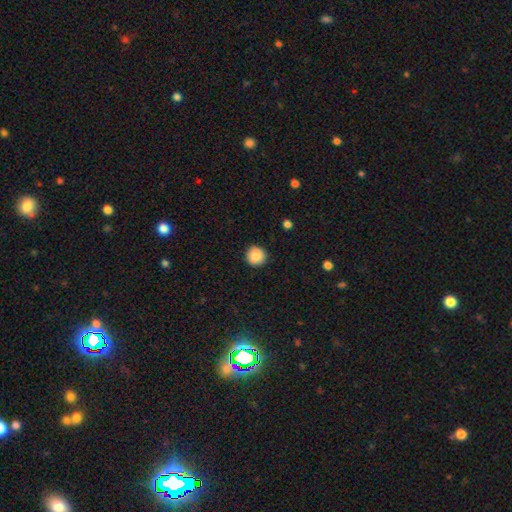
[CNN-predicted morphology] Smooth or featured: smooth — 86% (star or artifact — 8%)
How rounded: round — 94% (in between — 5%)
Merging: none — 90% (minor disturbance — 7%)